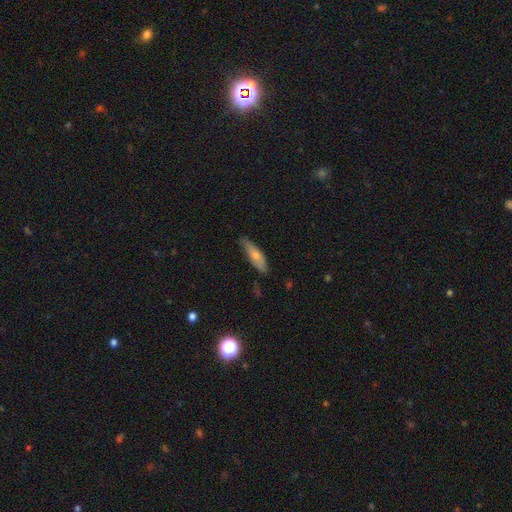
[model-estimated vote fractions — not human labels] A smooth galaxy with no disk features (63%) that is cigar-shaped (54%).

Vote fractions:
- Smooth or featured? smooth: 63% / featured or disk: 31% / star or artifact: 6%
- How rounded? cigar-shaped: 54% / in between: 44% / round: 2%
- Merging? none: 72% / minor disturbance: 23% / major disturbance: 4% / merger: 2%